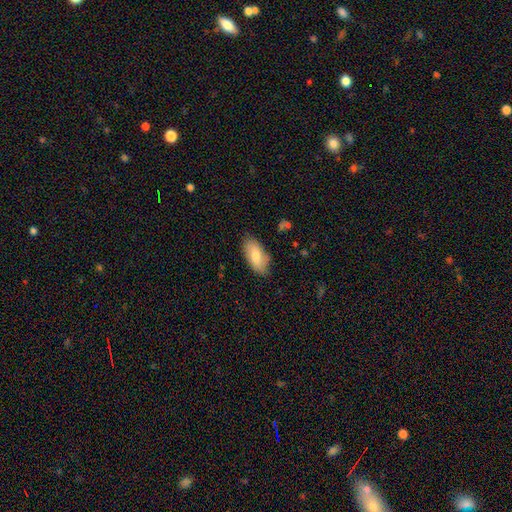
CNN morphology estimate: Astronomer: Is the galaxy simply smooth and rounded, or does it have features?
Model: smooth — 75%.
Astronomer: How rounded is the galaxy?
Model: in between — 91%.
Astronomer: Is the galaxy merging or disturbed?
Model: none — 82%.